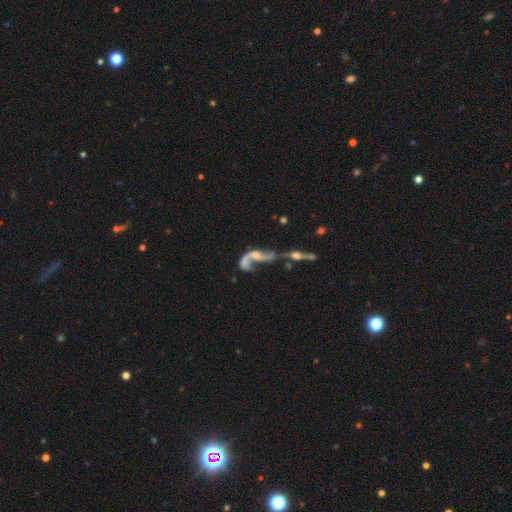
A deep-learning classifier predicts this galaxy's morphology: This is likely a featured or disk galaxy (78%). It is clearly not viewed edge-on (90%). Bar: likely no (62%). Spiral arm pattern: clearly yes (82%). Spiral arm count: likely 2 (73%). Spiral winding: clearly loose (86%). Central bulge: marginally small (39%). Merging: possibly merger (52%).